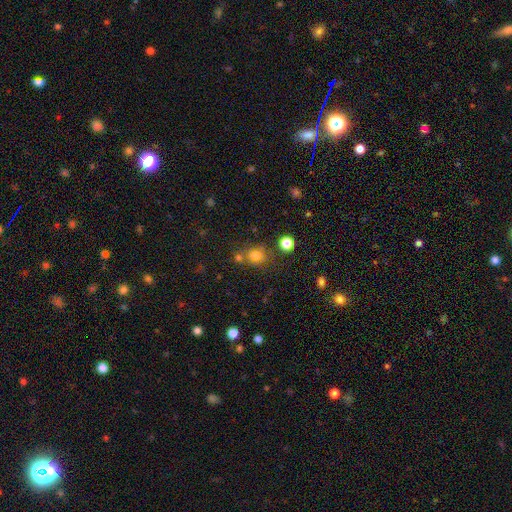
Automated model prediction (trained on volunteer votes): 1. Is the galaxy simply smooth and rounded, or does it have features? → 75% smooth, 16% star or artifact, 9% featured or disk.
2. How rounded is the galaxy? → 75% round, 24% in between, 1% cigar-shaped.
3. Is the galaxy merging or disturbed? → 67% none, 15% merger, 13% minor disturbance, 5% major disturbance.